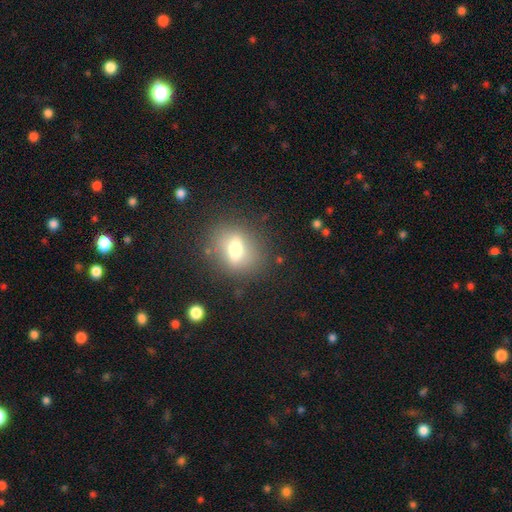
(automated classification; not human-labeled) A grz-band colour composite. It shows a smooth galaxy with no disk features (59%) that is in between round and cigar-shaped (51%). Merging: none (83%).